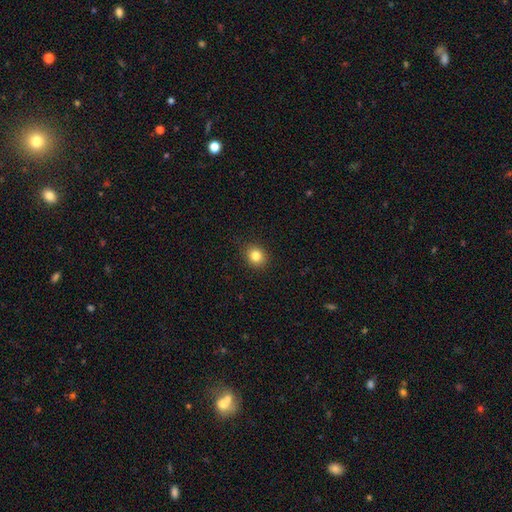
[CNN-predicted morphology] A smooth galaxy with no disk features (83%) that is round (72%). Merging: none (89%).